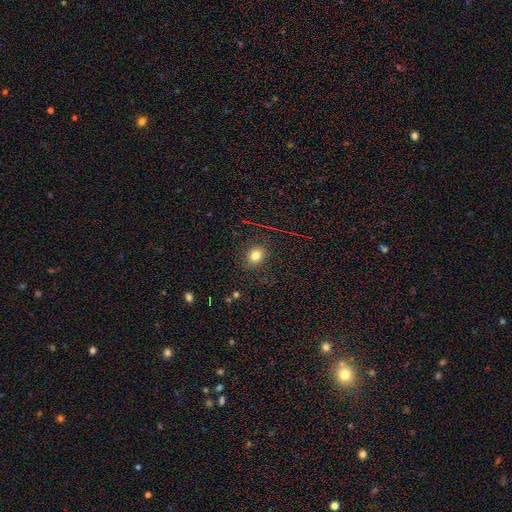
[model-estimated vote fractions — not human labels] Smooth or featured? Predicted: smooth (p=0.76). How rounded? Predicted: round (p=0.71). Merging? Predicted: none (p=0.85).